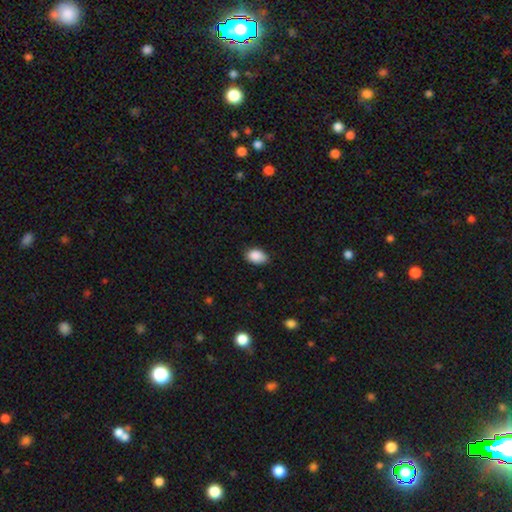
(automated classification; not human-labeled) This is clearly a smooth galaxy (89%). How rounded: clearly in between (87%). Merging: likely none (79%).